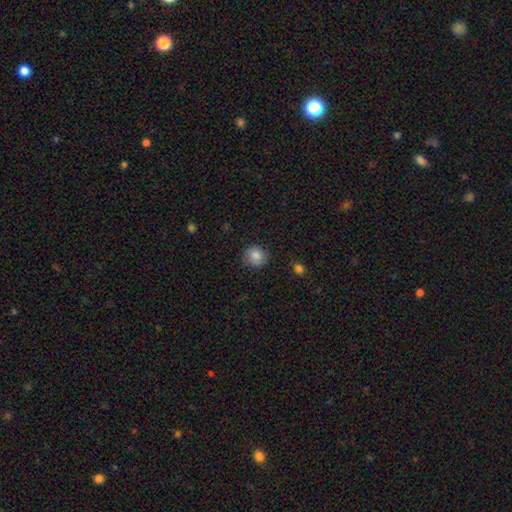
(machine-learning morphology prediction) Smooth or featured? Predicted: smooth (p=0.85). How rounded? Predicted: round (p=0.88). Merging? Predicted: none (p=0.85).